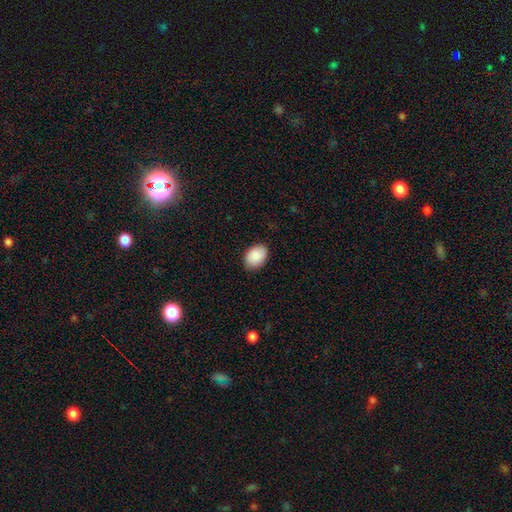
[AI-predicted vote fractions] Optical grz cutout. It shows a smooth galaxy with no disk features (90%) that is in between round and cigar-shaped (79%). Merging: none (87%).